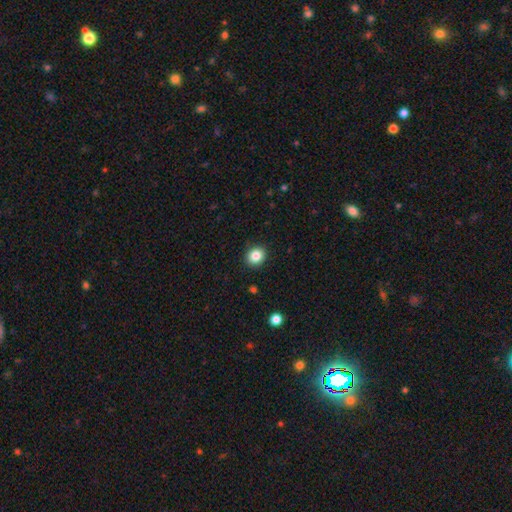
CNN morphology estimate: Smooth or featured? Predicted: smooth (p=0.84). How rounded? Predicted: round (p=0.73). Merging? Predicted: none (p=0.90).